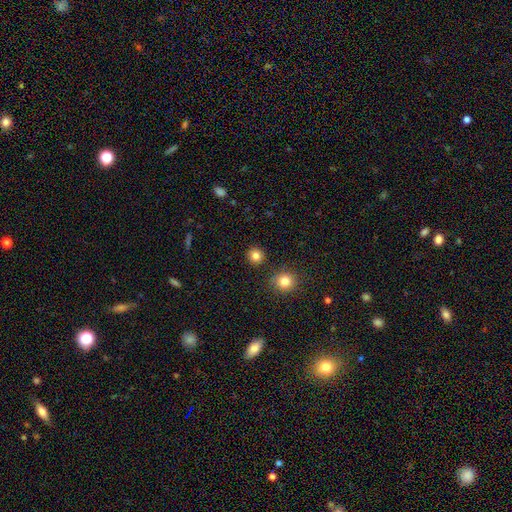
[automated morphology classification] The model was most divided on "smooth or featured": smooth: 83%, star or artifact: 12%, featured or disk: 5%. More confident: how rounded — round (93%); merging — none (90%).